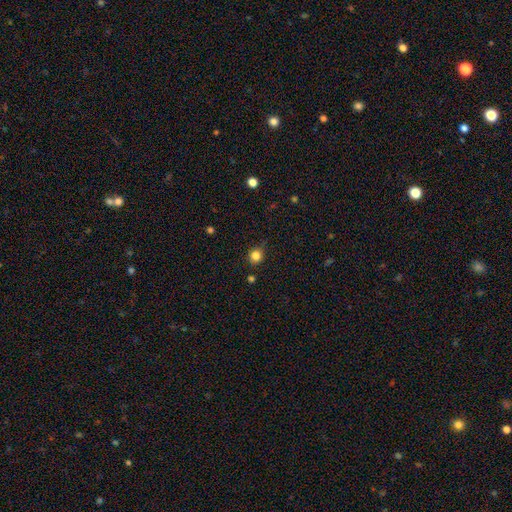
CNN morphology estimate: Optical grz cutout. It shows a smooth galaxy with no disk features (83%) that is round (89%). Merging: none (82%).